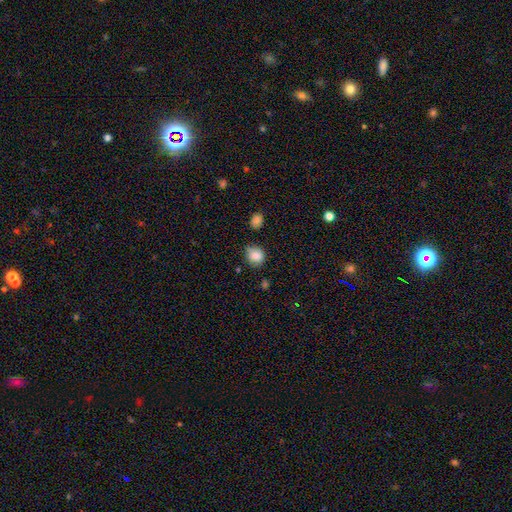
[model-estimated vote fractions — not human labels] This appears to be a smooth galaxy with no disk features (84%) that is round (77%). Merging: none (66%).